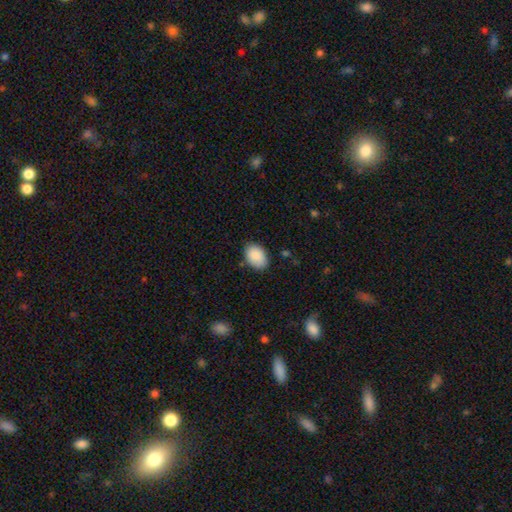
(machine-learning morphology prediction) Smooth or featured: smooth — 90% (star or artifact — 7%)
How rounded: in between — 86% (round — 13%)
Merging: none — 82% (minor disturbance — 14%)